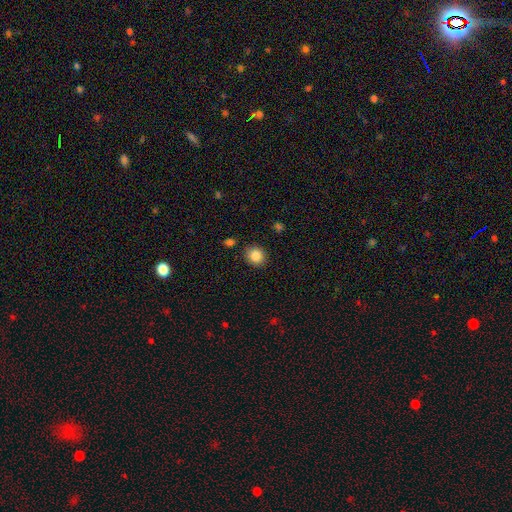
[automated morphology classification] This appears to be a smooth galaxy with no disk features (86%) that is round (77%). Merging: none (87%).